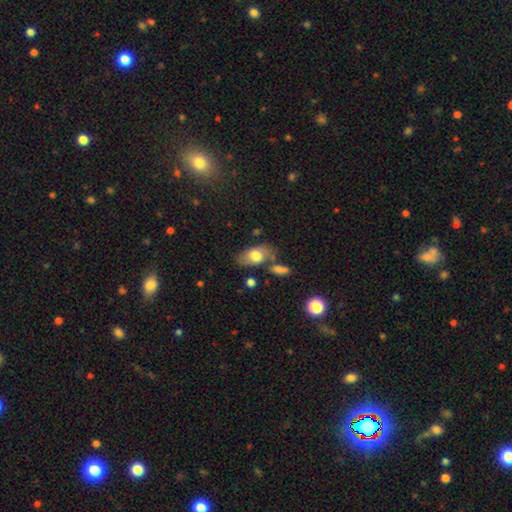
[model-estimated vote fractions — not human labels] Q: Smooth or featured?
A: smooth (70%); runner-up: featured or disk (23%)
Q: How rounded?
A: in between (89%); runner-up: round (8%)
Q: Merging?
A: none (67%); runner-up: minor disturbance (18%)